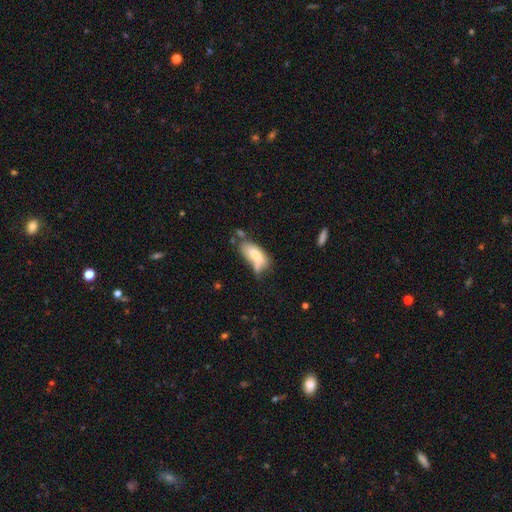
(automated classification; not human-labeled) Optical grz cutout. It shows a smooth galaxy with no disk features (74%) that is in between round and cigar-shaped (82%). Merging: none (30%).